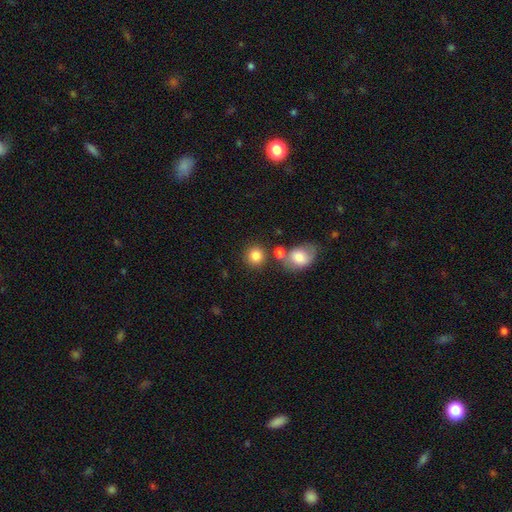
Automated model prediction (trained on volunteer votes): A smooth galaxy with no disk features (83%) that is round (85%).

Vote fractions:
- Smooth or featured? smooth: 83% / star or artifact: 10% / featured or disk: 7%
- How rounded? round: 85% / in between: 14% / cigar-shaped: 1%
- Merging? none: 71% / merger: 15% / minor disturbance: 9% / major disturbance: 4%